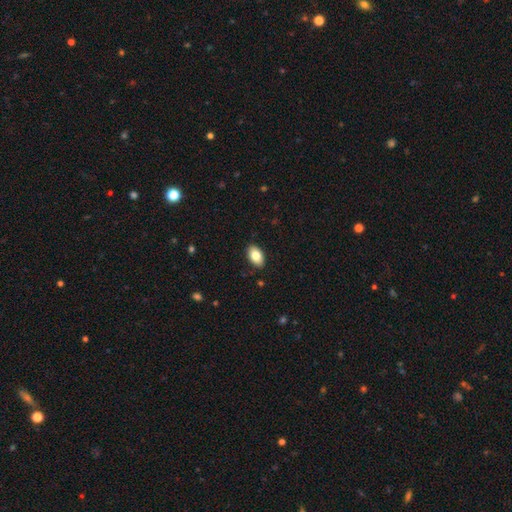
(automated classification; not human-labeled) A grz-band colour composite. It shows a smooth galaxy with no disk features (82%) that is in between round and cigar-shaped (93%). Merging: none (88%).